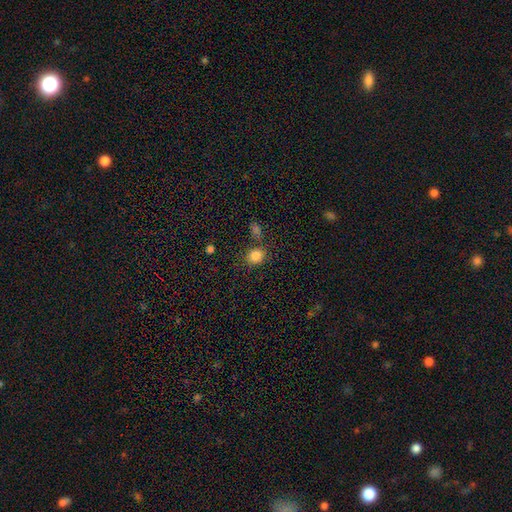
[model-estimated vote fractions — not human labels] Morphology: type=smooth (83%); roundness=round (76%); merging=none (75%).